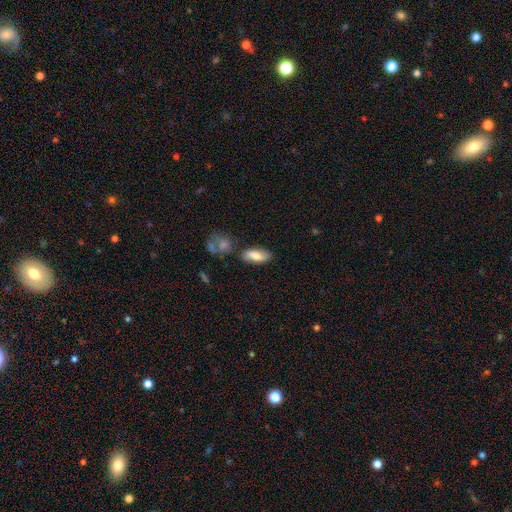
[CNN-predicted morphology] Q: Smooth or featured?
A: smooth (69%); runner-up: featured or disk (24%)
Q: How rounded?
A: in between (84%); runner-up: cigar-shaped (13%)
Q: Merging?
A: none (74%); runner-up: minor disturbance (15%)